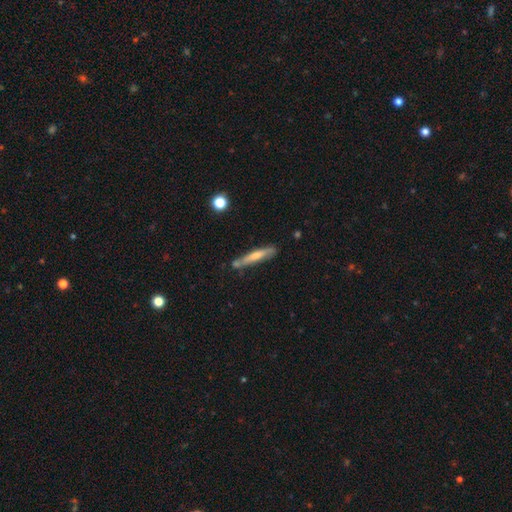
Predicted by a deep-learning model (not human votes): Overall: smooth (57%; featured or disk 37%). How rounded: cigar-shaped (91%). Merging: none (66%).